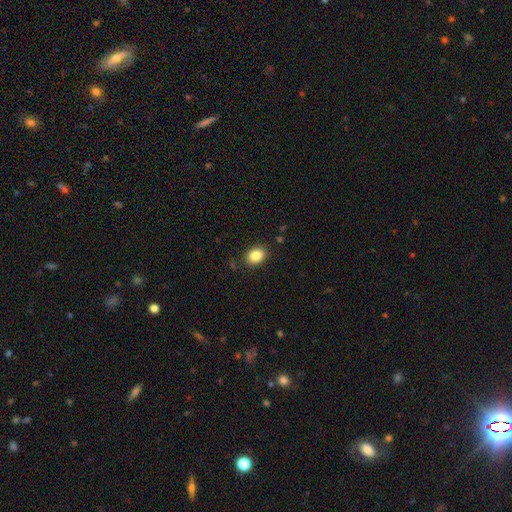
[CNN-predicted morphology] smooth-or-featured: smooth: 85% | star or artifact: 9% | featured or disk: 6%
  how-rounded: in between: 65% | round: 35% | cigar-shaped: 1%
  merging: none: 85% | minor disturbance: 10% | major disturbance: 3% | merger: 2%